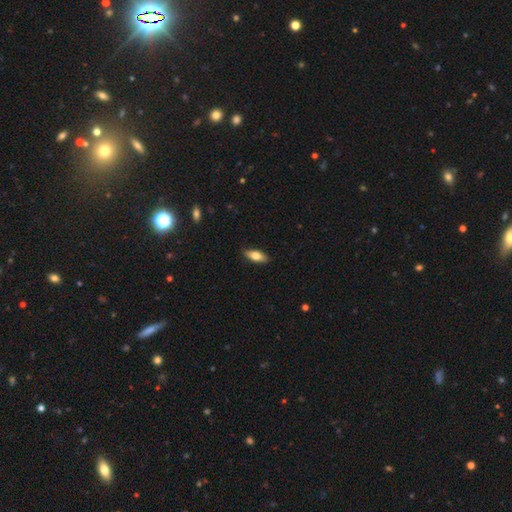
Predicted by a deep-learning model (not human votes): smooth_or_featured: smooth (p=0.71) [alt: featured or disk p=0.23]
how_rounded: in between (p=0.75) [alt: cigar-shaped p=0.23]
merging: none (p=0.88) [alt: minor disturbance p=0.09]